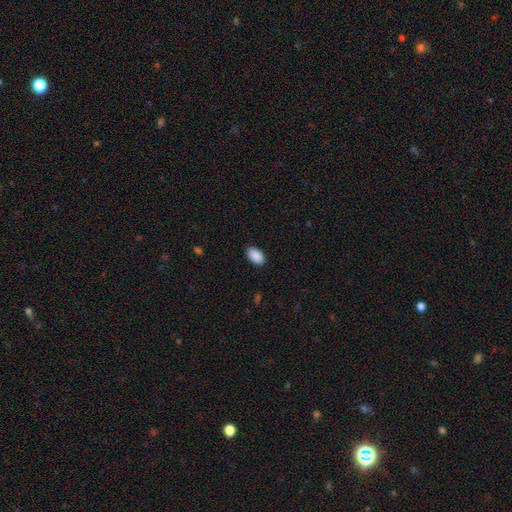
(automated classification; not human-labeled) A smooth galaxy with no disk features (91%) that is in between round and cigar-shaped (95%).

Vote fractions:
- Smooth or featured? smooth: 91% / star or artifact: 6% / featured or disk: 3%
- How rounded? in between: 95% / round: 3% / cigar-shaped: 2%
- Merging? none: 89% / minor disturbance: 8% / major disturbance: 2% / merger: 1%